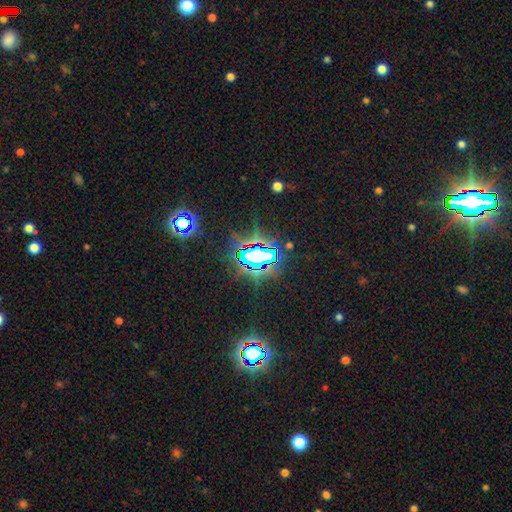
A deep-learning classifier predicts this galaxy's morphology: smooth_or_featured: star or artifact (p=0.75) [alt: smooth p=0.13]